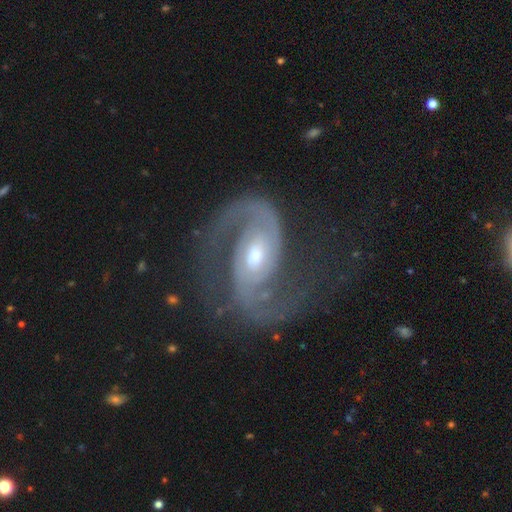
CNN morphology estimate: This is clearly a featured or disk galaxy (91%). It is clearly not viewed edge-on (98%). Bar: possibly no (46%). Spiral arm pattern: clearly yes (98%). Spiral arm count: clearly 2 (90%). Spiral winding: possibly medium (50%). Central bulge: possibly small (48%). Merging: likely none (68%).